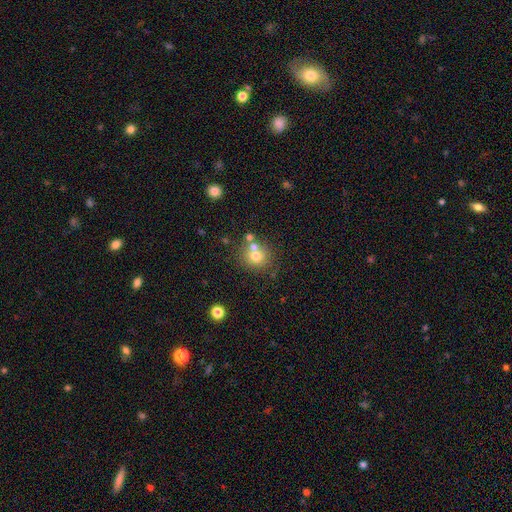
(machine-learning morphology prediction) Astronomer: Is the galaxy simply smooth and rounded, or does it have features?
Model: smooth — 71%.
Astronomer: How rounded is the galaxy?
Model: round — 85%.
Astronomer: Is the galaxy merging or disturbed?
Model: none — 62%.